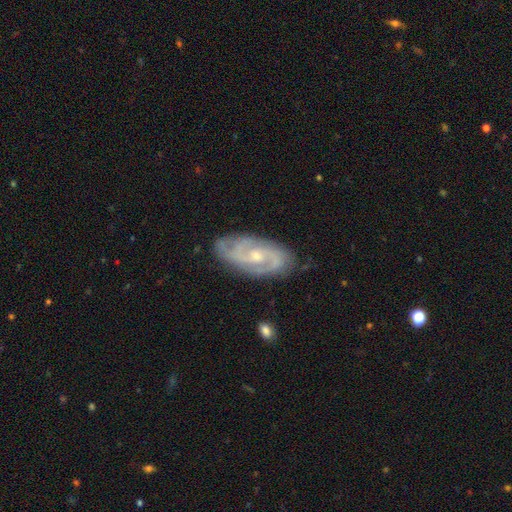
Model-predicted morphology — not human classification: Smooth or featured: featured or disk — 87% (smooth — 8%)
Edge-on disk: no — 95% (yes — 5%)
Bar: no — 58% (weak — 35%)
Spiral arms: yes — 97% (no — 3%)
Spiral winding: tight — 48% (medium — 42%)
Spiral arm count: 2 — 50% (3 — 23%)
Bulge size: small — 52% (moderate — 44%)
Merging: none — 79% (minor disturbance — 16%)